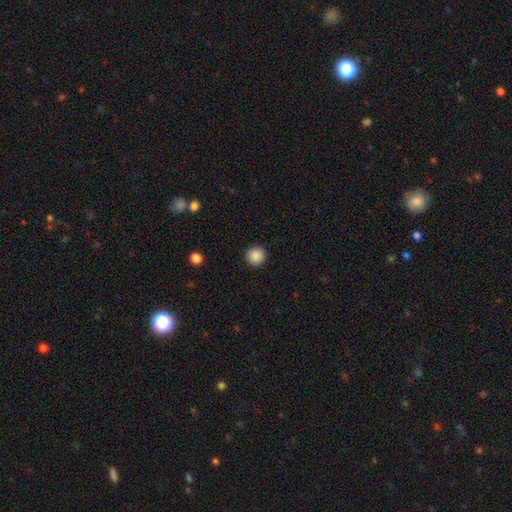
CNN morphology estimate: Overall: smooth (88%). How rounded: round (95%). Merging: none (93%).